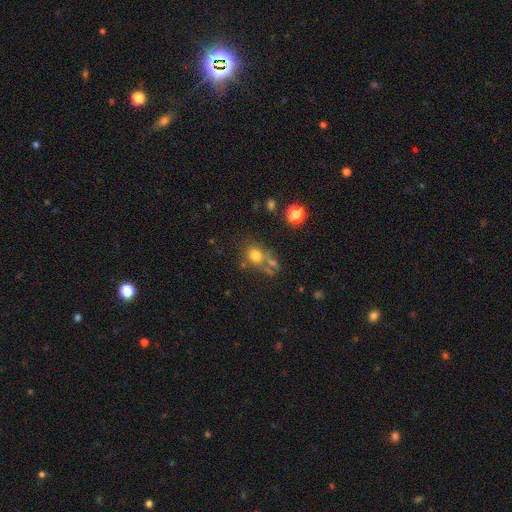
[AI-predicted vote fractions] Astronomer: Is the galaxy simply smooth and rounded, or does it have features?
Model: smooth — 73%.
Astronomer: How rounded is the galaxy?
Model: round — 68%.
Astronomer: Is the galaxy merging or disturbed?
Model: none — 54%.